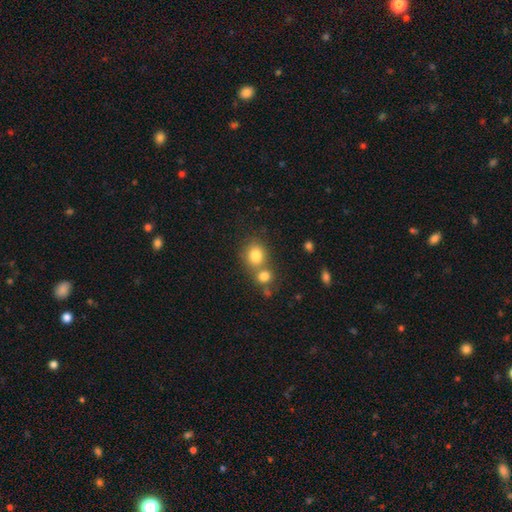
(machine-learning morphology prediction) This appears to be a smooth galaxy with no disk features (80%) that is round (73%). Merging: none (50%).